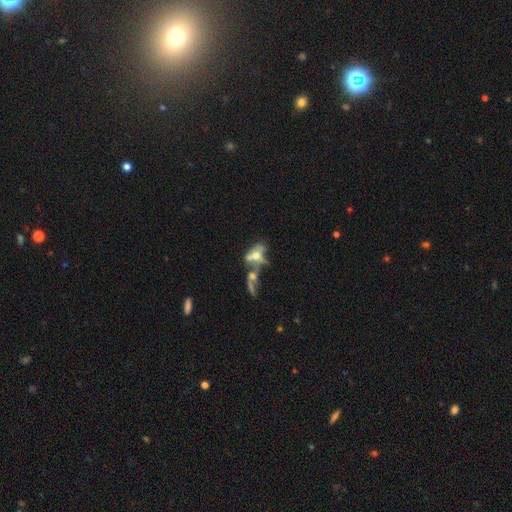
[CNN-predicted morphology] Smooth or featured? Predicted: featured or disk (p=0.50). Merging? Predicted: merger (p=0.61).